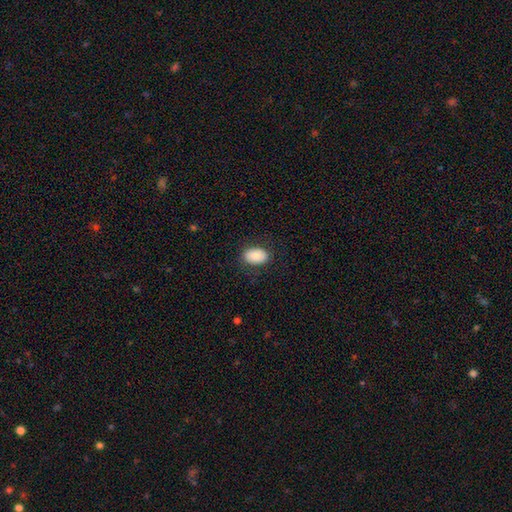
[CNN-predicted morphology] smooth 81%, featured or disk 11%, star or artifact 7%. Down the decision tree: how rounded — in between (87%); merging — none (83%).